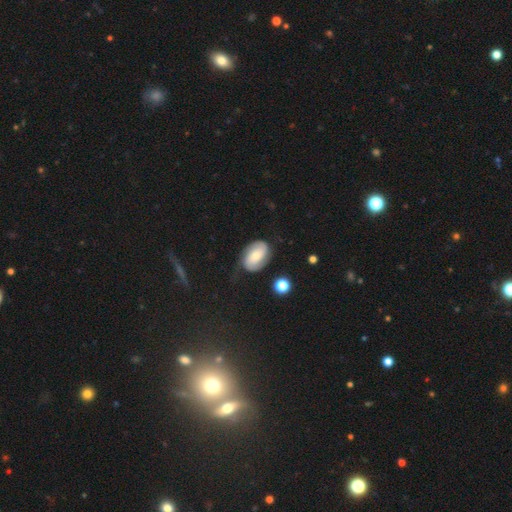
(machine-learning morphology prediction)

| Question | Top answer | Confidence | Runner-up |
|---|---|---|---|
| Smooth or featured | featured or disk | 64% | smooth (29%) |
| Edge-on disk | no | 97% | yes (3%) |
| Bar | no | 54% | weak (33%) |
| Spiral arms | yes | 91% | no (9%) |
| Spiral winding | tight | 43% | medium (40%) |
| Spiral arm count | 2 | 84% | can't tell (9%) |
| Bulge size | moderate | 43% | tied: small (43%) |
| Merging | none | 72% | minor disturbance (18%) |